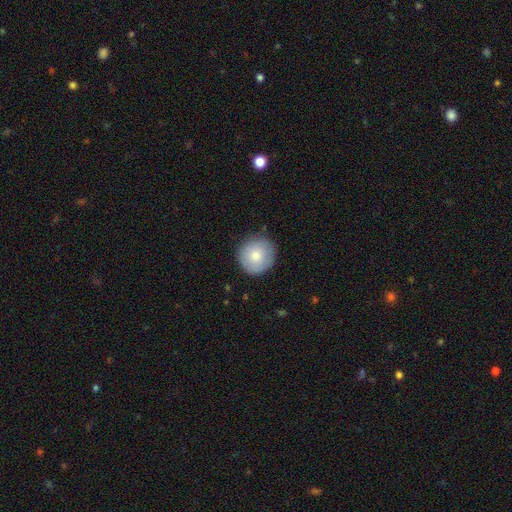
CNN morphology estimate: Q: Smooth or featured?
A: smooth (78%); runner-up: featured or disk (14%)
Q: How rounded?
A: round (93%); runner-up: in between (6%)
Q: Merging?
A: none (85%); runner-up: minor disturbance (11%)